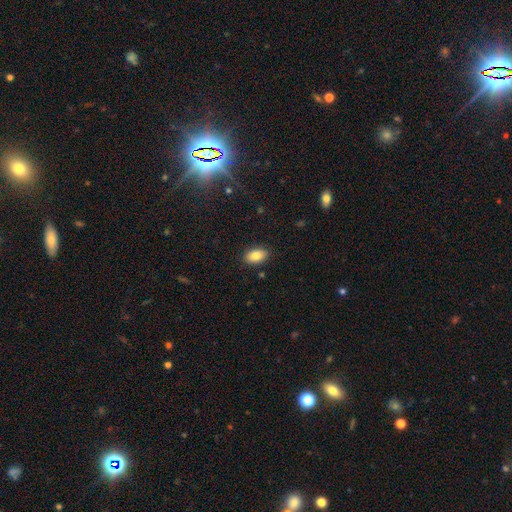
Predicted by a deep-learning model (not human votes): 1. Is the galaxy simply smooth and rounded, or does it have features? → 84% smooth, 8% featured or disk, 8% star or artifact.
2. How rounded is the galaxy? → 92% in between, 6% round, 2% cigar-shaped.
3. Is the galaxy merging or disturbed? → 89% none, 8% minor disturbance, 2% major disturbance, 1% merger.